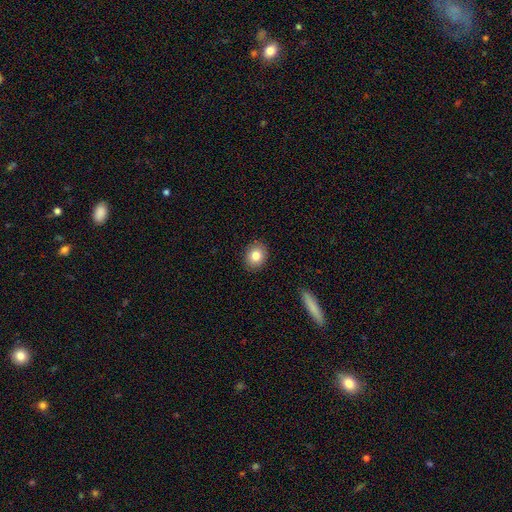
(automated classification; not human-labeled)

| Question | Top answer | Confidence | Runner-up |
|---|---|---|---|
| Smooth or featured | smooth | 83% | star or artifact (9%) |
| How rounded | round | 55% | in between (44%) |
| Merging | none | 89% | minor disturbance (8%) |